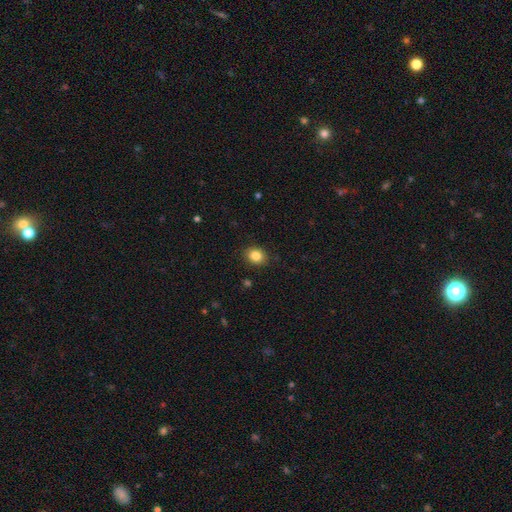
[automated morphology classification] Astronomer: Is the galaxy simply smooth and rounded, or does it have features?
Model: smooth — 85%.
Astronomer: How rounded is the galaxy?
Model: round — 55% (runner-up: in between, 44%).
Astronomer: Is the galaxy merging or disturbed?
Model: none — 89%.